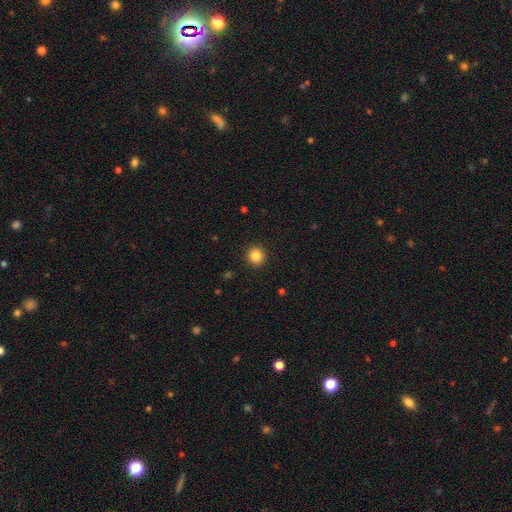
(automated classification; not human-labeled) A smooth galaxy with no disk features (85%) that is round (93%). Merging: none (93%).